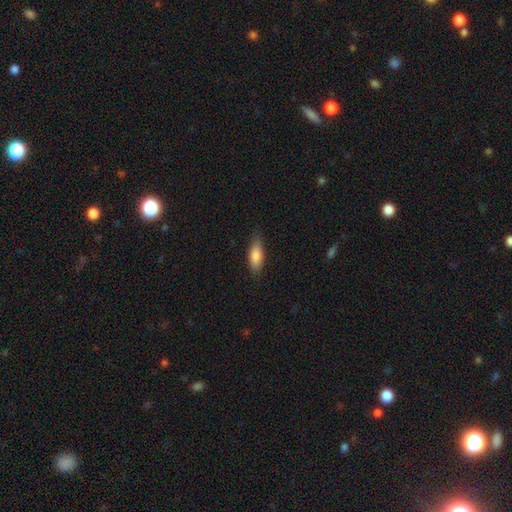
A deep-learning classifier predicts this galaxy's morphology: smooth-or-featured: smooth: 82% | featured or disk: 12% | star or artifact: 6%
  how-rounded: in between: 70% | cigar-shaped: 28% | round: 2%
  merging: none: 78% | minor disturbance: 18% | major disturbance: 3% | merger: 1%